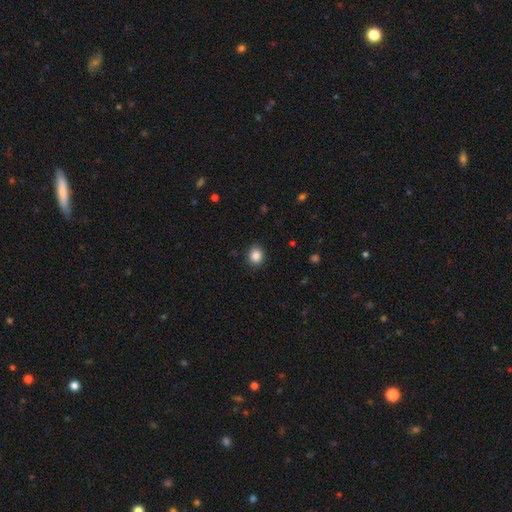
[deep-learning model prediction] Smooth or featured?
  - smooth: 86% *
  - star or artifact: 10%
  - featured or disk: 4%
How rounded?
  - round: 76% *
  - in between: 23%
  - cigar-shaped: 1%
Merging?
  - none: 86% *
  - minor disturbance: 11%
  - major disturbance: 2%
  - merger: 1%